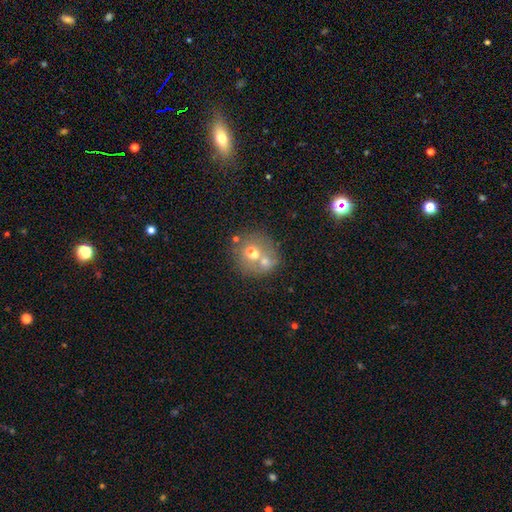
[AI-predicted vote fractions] Smooth or featured? Predicted: smooth (p=0.57). How rounded? Predicted: round (p=0.77). Merging? Predicted: merger (p=0.45).